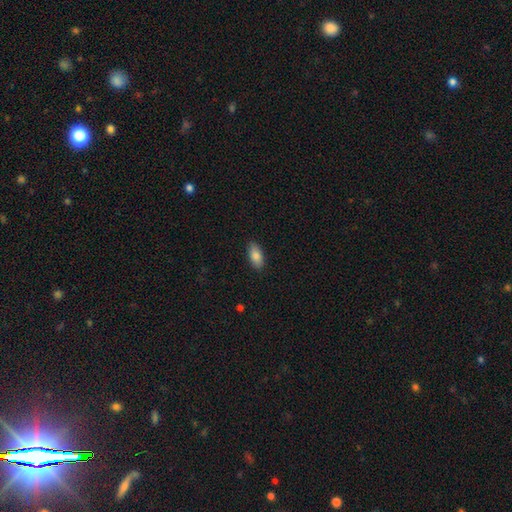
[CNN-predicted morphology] This appears to be a smooth galaxy with no disk features (83%) that is in between round and cigar-shaped (88%). Merging: none (89%).